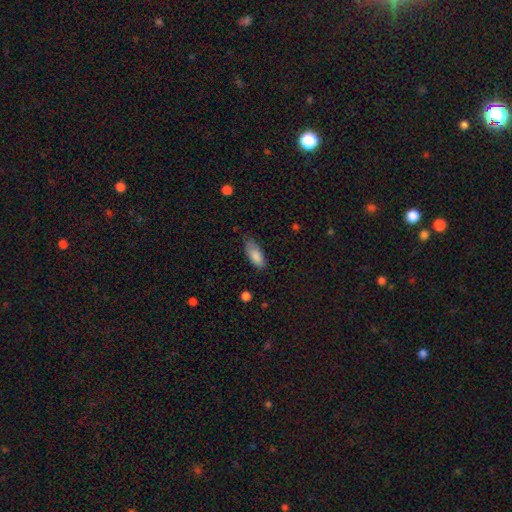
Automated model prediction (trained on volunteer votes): The model was most divided on "merging": none: 58%, minor disturbance: 33%, major disturbance: 7%, merger: 2%. More confident: smooth or featured — smooth (86%); how rounded — in between (82%).